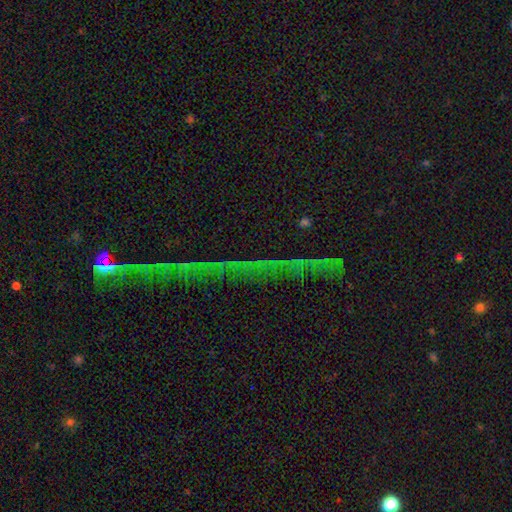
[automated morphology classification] This appears to be a star or artifact, not a galaxy (76%).